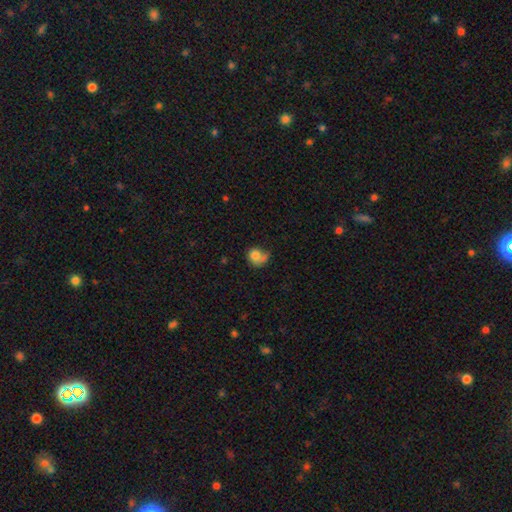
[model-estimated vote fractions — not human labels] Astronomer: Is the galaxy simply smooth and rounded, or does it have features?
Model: smooth — 77%.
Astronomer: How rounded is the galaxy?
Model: round — 70%.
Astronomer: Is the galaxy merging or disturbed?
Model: none — 41% (runner-up: minor disturbance, 30%).